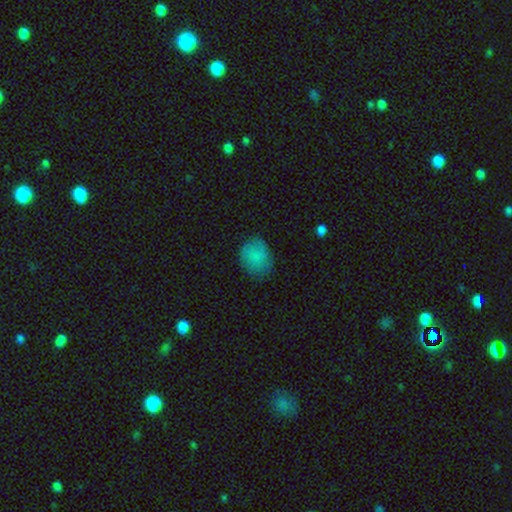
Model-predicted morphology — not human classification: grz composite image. It shows a smooth galaxy with no disk features (82%) that is round (52%). Merging: none (71%).